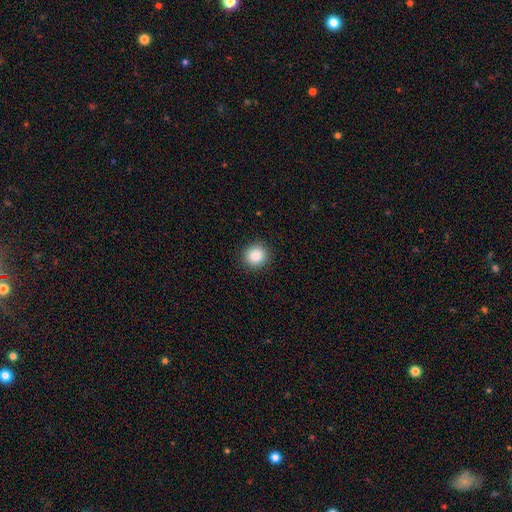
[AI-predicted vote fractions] This appears to be a smooth galaxy with no disk features (85%) that is round (92%). Merging: none (92%).